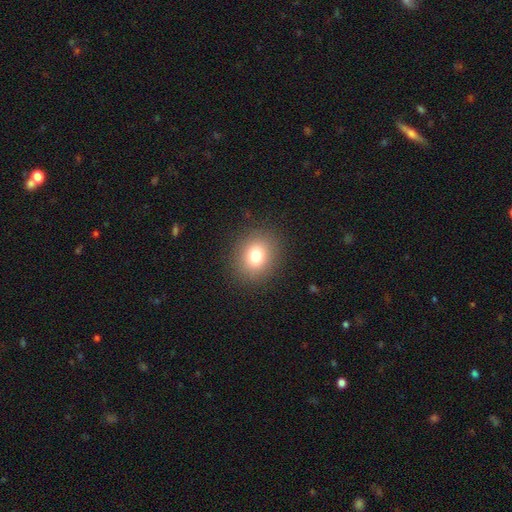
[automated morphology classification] smooth_or_featured: smooth (p=0.78) [alt: star or artifact p=0.12]
how_rounded: round (p=0.67) [alt: in between p=0.32]
merging: none (p=0.88) [alt: minor disturbance p=0.07]